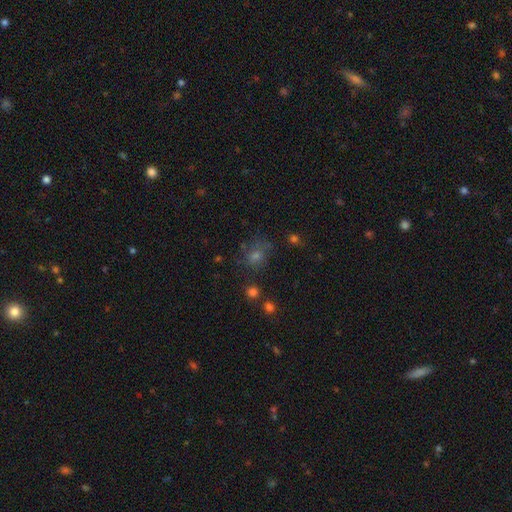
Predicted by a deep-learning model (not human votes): Smooth or featured: smooth — 51% (star or artifact — 34%)
How rounded: round — 66% (in between — 33%)
Merging: none — 67% (minor disturbance — 18%)